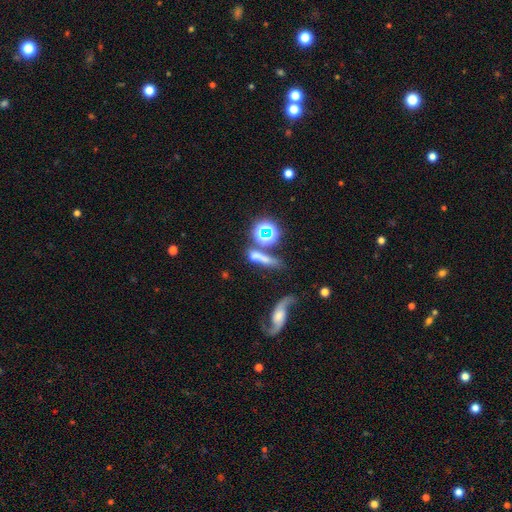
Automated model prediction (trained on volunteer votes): The model was most divided on "merging": none: 40%, merger: 31%, minor disturbance: 15%, major disturbance: 14%. Remaining: smooth or featured — smooth (52%); how rounded — cigar-shaped (46%).